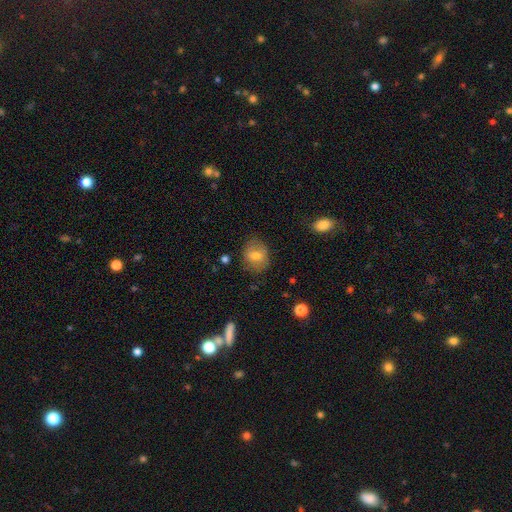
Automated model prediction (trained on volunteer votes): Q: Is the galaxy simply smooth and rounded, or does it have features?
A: smooth — 70%.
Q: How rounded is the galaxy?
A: round — 60%.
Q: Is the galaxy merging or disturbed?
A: none — 75%.